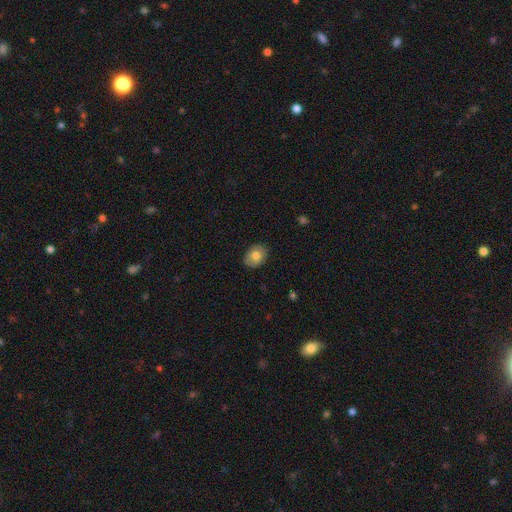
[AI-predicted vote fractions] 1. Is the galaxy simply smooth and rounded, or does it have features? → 74% smooth, 18% featured or disk, 8% star or artifact.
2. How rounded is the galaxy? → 61% in between, 38% round, 1% cigar-shaped.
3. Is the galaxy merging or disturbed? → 86% none, 11% minor disturbance, 2% major disturbance, 1% merger.